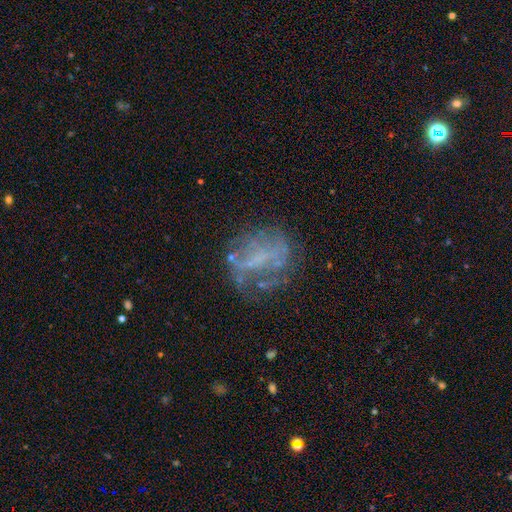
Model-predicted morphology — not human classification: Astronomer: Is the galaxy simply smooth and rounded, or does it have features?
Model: featured or disk — 58%.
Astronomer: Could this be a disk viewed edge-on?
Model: no — 96%.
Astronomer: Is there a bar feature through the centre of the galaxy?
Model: no — 61%.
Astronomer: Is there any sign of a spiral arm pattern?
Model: no — 66%.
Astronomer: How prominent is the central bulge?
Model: none — 67%.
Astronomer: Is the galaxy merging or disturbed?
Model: none — 56%.